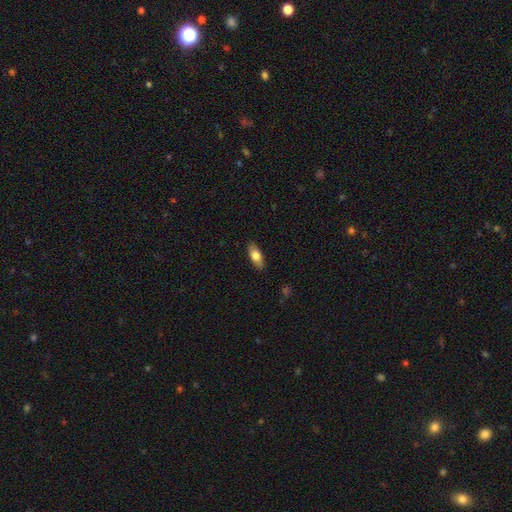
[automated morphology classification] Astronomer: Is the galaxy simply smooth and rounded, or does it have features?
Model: smooth — 74%.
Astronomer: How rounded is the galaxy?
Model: in between — 80%.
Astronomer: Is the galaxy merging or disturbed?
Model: none — 87%.